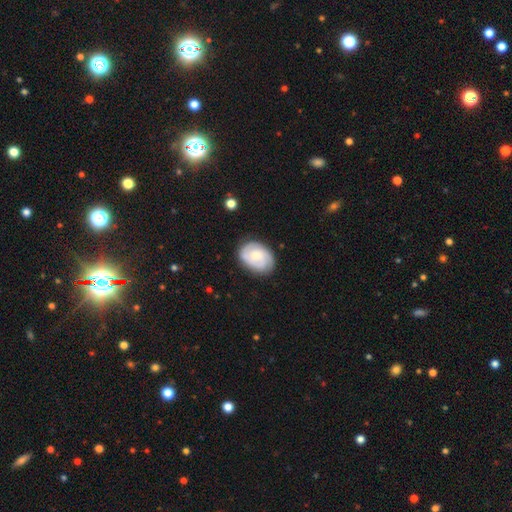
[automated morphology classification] A featured or disk galaxy (67%) with no bar (70%), 2 (39%) tight (56%) spiral arms (93%) and a small central bulge (48%).

Vote fractions:
- Smooth or featured? featured or disk: 67% / smooth: 27% / star or artifact: 6%
- Edge-on disk? no: 98% / yes: 2%
- Bar? no: 70% / weak: 26% / strong: 4%
- Spiral arms? yes: 93% / no: 7%
- Spiral winding? tight: 56% / medium: 35% / loose: 9%
- Spiral arm count? 2: 39% / 3: 27% / can't tell: 22% / 1: 4% / 4: 4% / more than 4: 3%
- Bulge size? small: 48% / moderate: 41% / large: 5% / none: 5% / dominant: 1%
- Merging? none: 78% / minor disturbance: 16% / major disturbance: 4% / merger: 1%